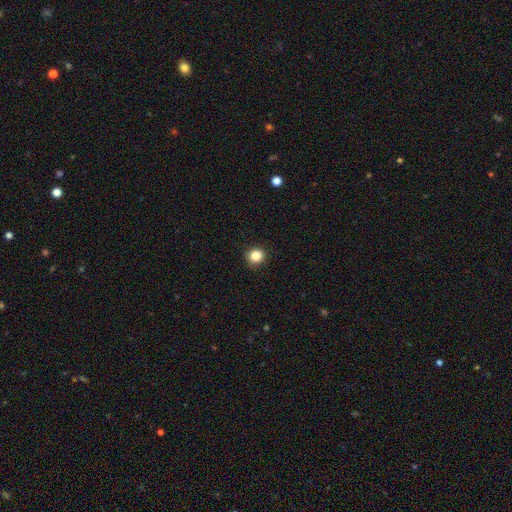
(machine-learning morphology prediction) A smooth galaxy with no disk features (86%) that is round (88%). Merging: none (91%).